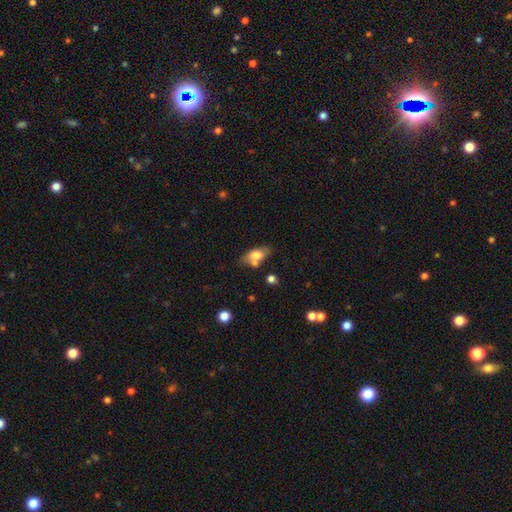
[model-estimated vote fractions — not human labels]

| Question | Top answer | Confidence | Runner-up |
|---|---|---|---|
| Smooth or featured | smooth | 72% | featured or disk (20%) |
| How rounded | in between | 85% | cigar-shaped (10%) |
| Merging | none | 56% | merger (21%) |